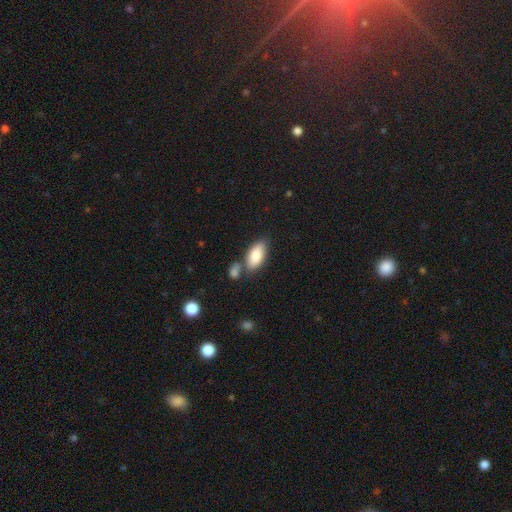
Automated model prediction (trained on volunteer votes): This is clearly a smooth galaxy (84%). How rounded: clearly in between (92%). Merging: possibly none (55%).